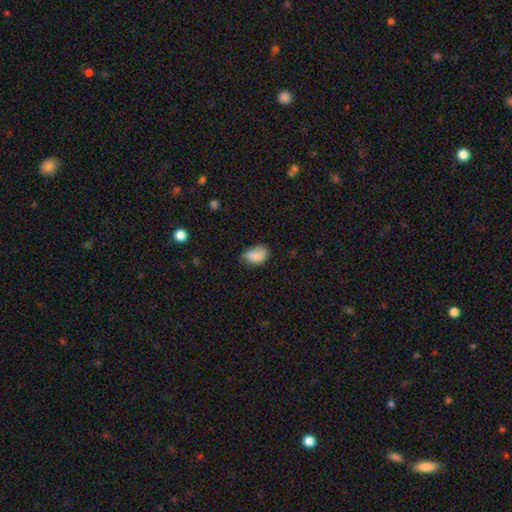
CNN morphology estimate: Q: Smooth or featured?
A: smooth (86%); runner-up: star or artifact (8%)
Q: How rounded?
A: in between (85%); runner-up: round (13%)
Q: Merging?
A: none (55%); runner-up: minor disturbance (36%)